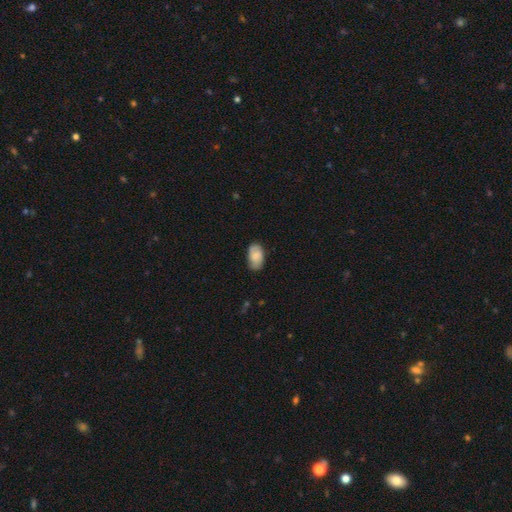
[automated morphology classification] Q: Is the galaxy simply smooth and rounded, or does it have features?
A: smooth — 77%.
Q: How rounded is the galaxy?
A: in between — 93%.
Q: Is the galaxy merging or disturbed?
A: none — 77%.